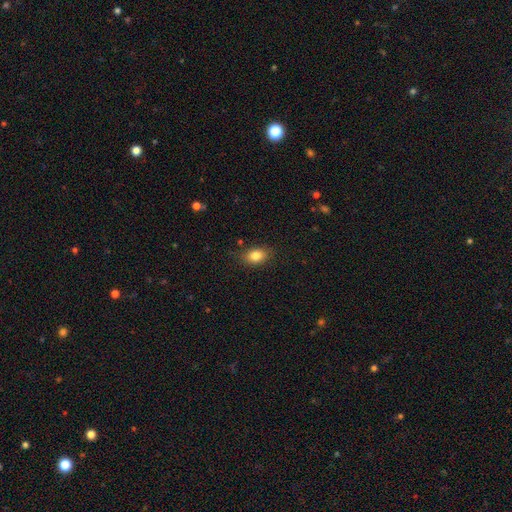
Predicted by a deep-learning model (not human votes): smooth_or_featured: smooth (p=0.84) [alt: star or artifact p=0.09]
how_rounded: in between (p=0.78) [alt: round p=0.20]
merging: none (p=0.83) [alt: minor disturbance p=0.13]